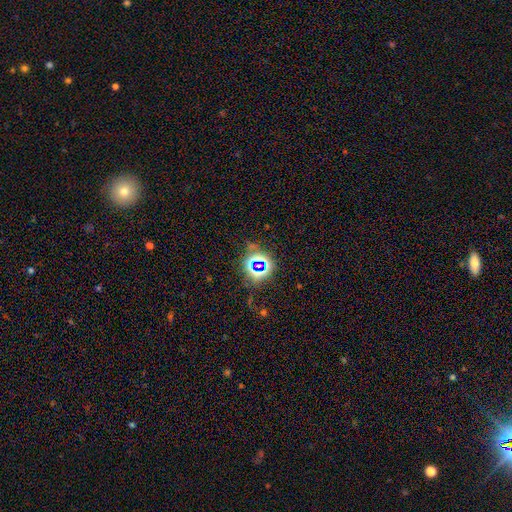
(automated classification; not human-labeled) Smooth or featured: star or artifact — 78% (smooth — 13%)